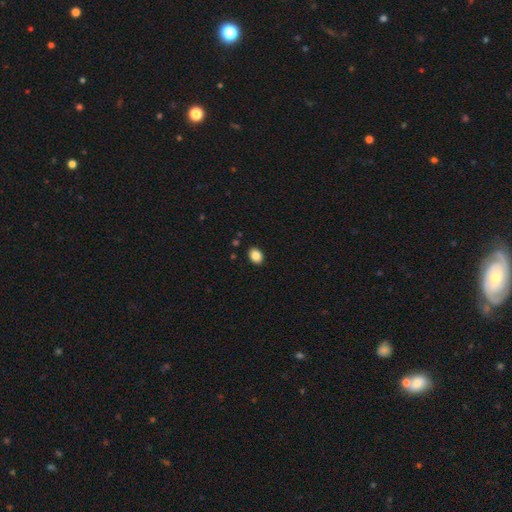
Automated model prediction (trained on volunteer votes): Morphology: type=smooth (86%); roundness=in between (69%); merging=none (89%).